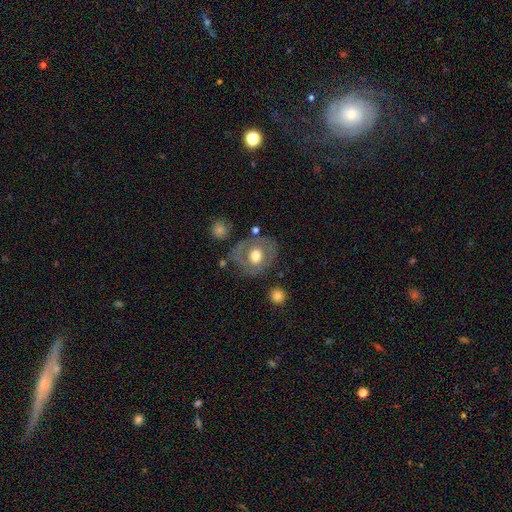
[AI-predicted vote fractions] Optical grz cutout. It shows a smooth galaxy with no disk features (47%). Merging: none (69%).